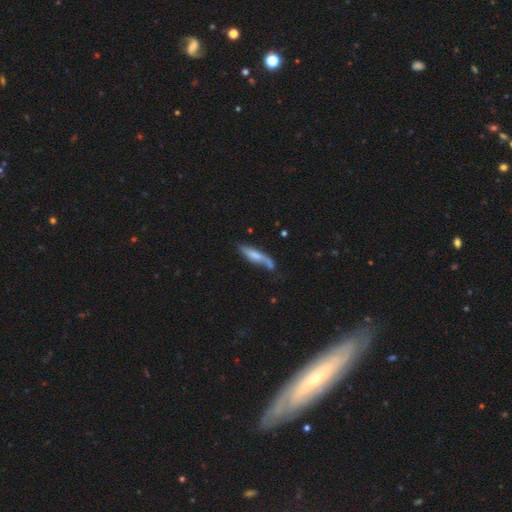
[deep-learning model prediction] The model was most divided on "smooth or featured": smooth: 56%, featured or disk: 38%, star or artifact: 6%. More confident: how rounded — cigar-shaped (79%); merging — none (53%).